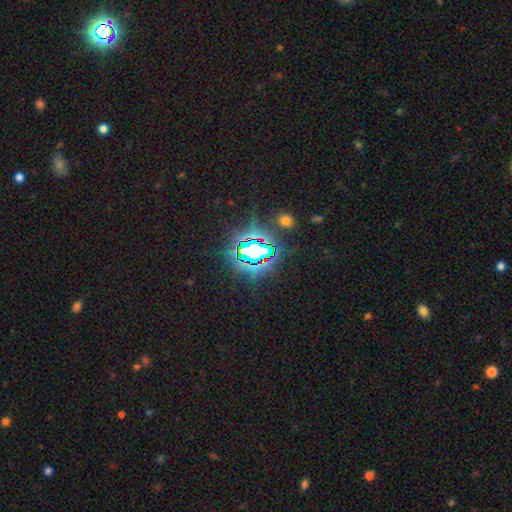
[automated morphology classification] Smooth or featured: star or artifact — 78% (smooth — 12%)